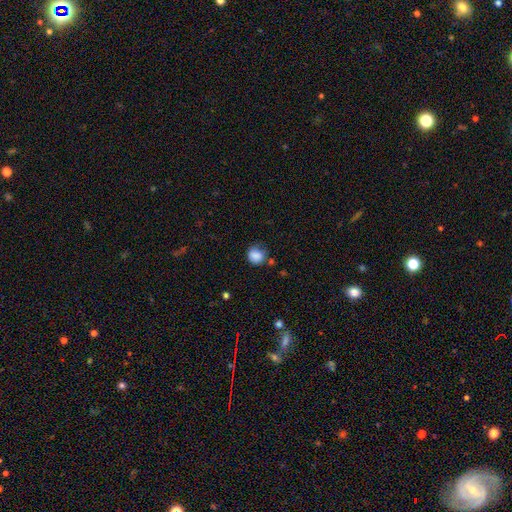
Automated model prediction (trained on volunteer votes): A smooth galaxy with no disk features (86%) that is round (77%).

Vote fractions:
- Smooth or featured? smooth: 86% / star or artifact: 9% / featured or disk: 5%
- How rounded? round: 77% / in between: 22% / cigar-shaped: 1%
- Merging? none: 60% / minor disturbance: 27% / major disturbance: 8% / merger: 5%